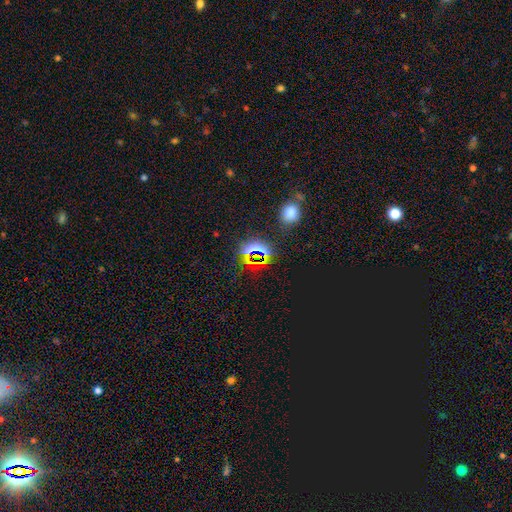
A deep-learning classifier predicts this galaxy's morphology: Smooth or featured? star or artifact (71%)